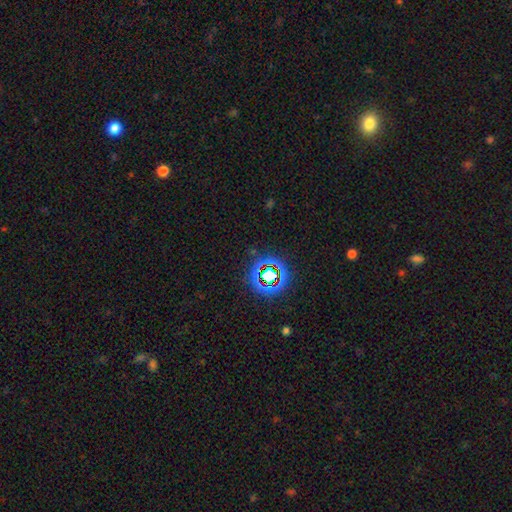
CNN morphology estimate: Smooth or featured? star or artifact (72%)